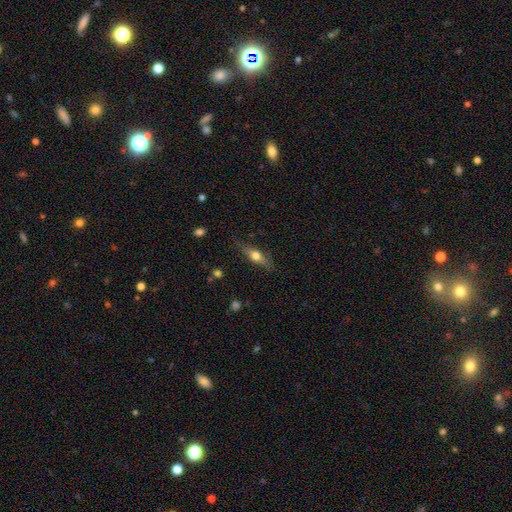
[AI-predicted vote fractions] A featured or disk galaxy (48%). Merging: none (79%).